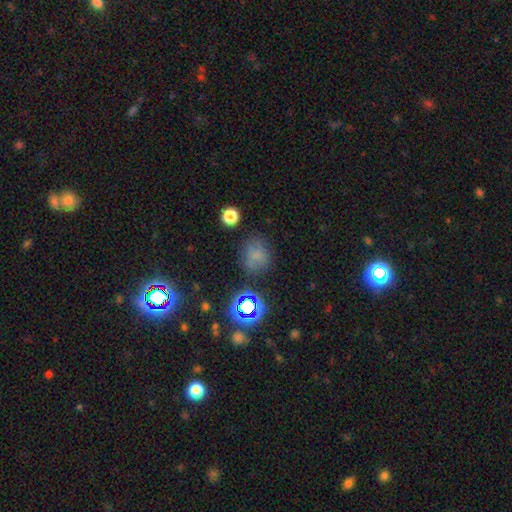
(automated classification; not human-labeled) smooth_or_featured: smooth (p=0.64) [alt: star or artifact p=0.26]
how_rounded: round (p=0.69) [alt: in between p=0.30]
merging: none (p=0.70) [alt: minor disturbance p=0.18]